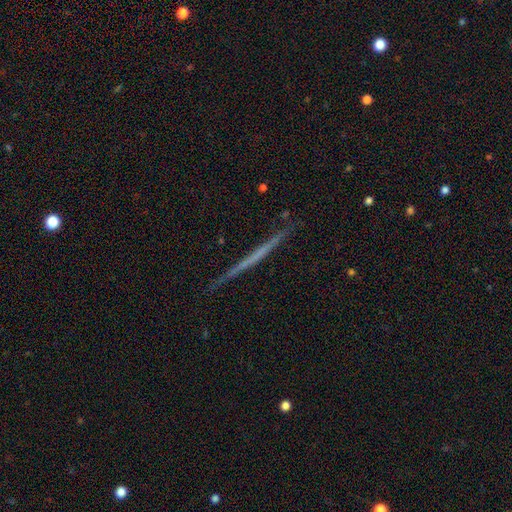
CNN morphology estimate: A featured or disk galaxy (59%) viewed edge-on (97%) with no central bulge (92%). Merging: none (90%).